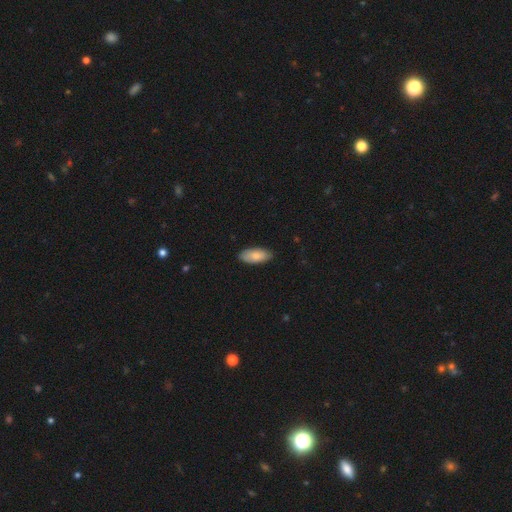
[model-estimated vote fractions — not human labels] Q: Smooth or featured?
A: smooth (82%); runner-up: featured or disk (12%)
Q: How rounded?
A: in between (88%); runner-up: cigar-shaped (10%)
Q: Merging?
A: none (86%); runner-up: minor disturbance (12%)